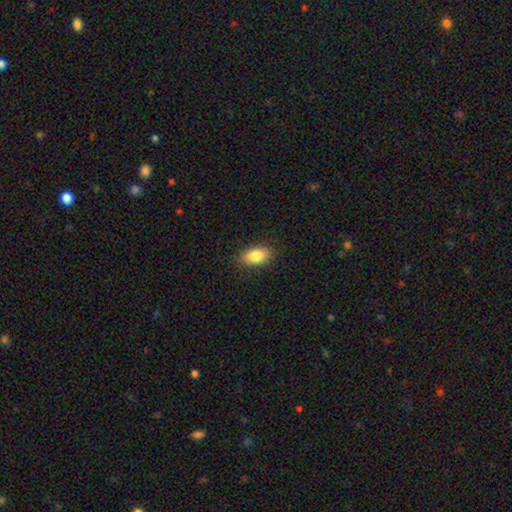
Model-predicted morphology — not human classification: This appears to be a smooth galaxy with no disk features (85%) that is in between round and cigar-shaped (90%). Merging: none (86%).